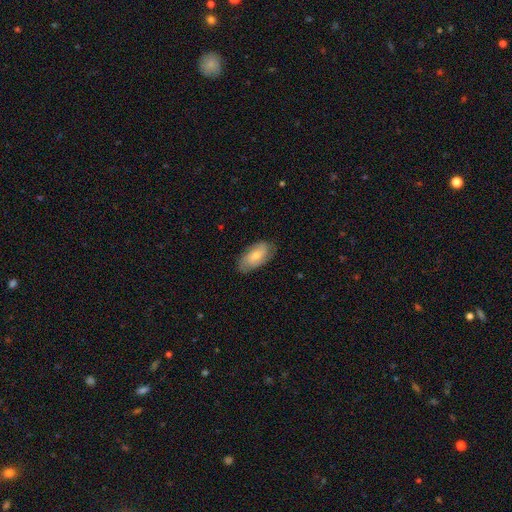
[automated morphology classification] The model was most divided on "smooth or featured": smooth: 56%, featured or disk: 38%, star or artifact: 6%. More confident: how rounded — in between (92%); merging — none (77%).